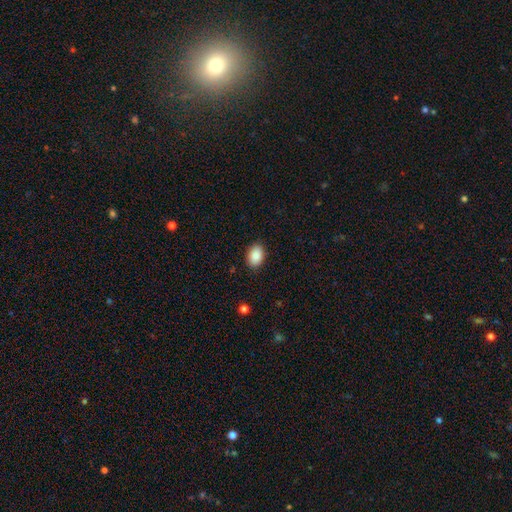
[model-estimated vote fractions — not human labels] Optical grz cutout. It shows a smooth galaxy with no disk features (89%) that is in between round and cigar-shaped (82%). Merging: none (88%).